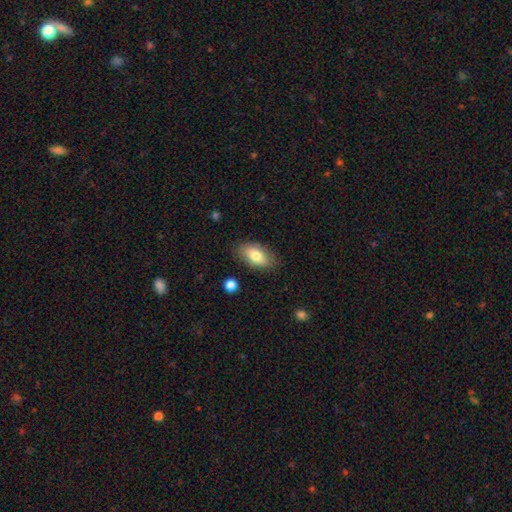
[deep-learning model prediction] The model was most divided on "smooth or featured": smooth: 76%, featured or disk: 16%, star or artifact: 7%. More confident: how rounded — in between (90%); merging — none (81%).